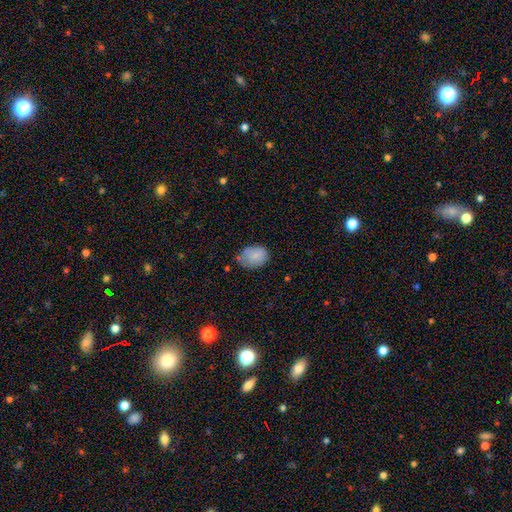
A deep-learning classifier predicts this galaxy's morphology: A smooth galaxy with no disk features (84%) that is in between round and cigar-shaped (70%). Merging: none (62%).